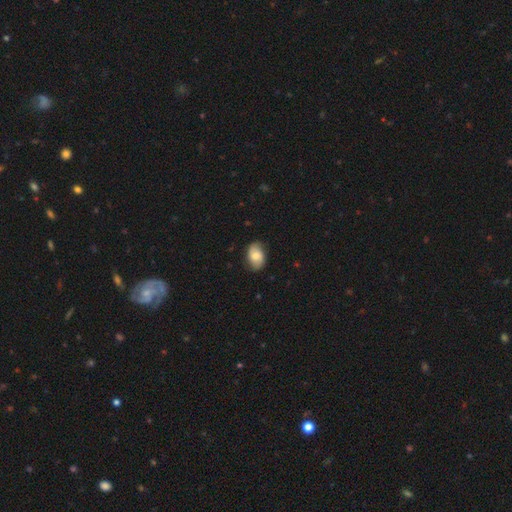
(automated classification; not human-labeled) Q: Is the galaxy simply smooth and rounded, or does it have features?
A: smooth — 62%.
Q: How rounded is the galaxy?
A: in between — 84%.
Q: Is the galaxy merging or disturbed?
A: none — 79%.